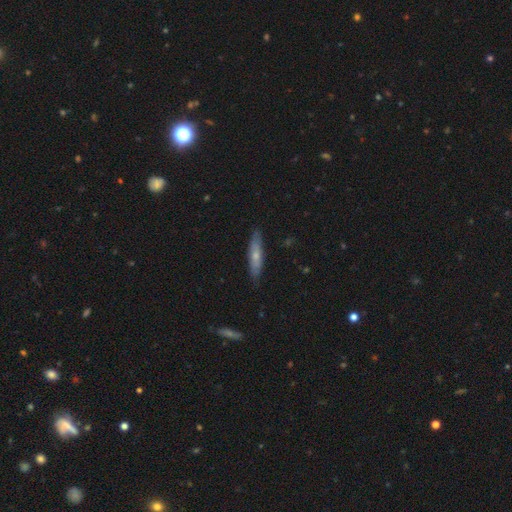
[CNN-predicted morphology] smooth_or_featured: smooth (p=0.54) [alt: featured or disk p=0.40]
how_rounded: cigar-shaped (p=0.82) [alt: in between p=0.16]
merging: none (p=0.85) [alt: minor disturbance p=0.12]